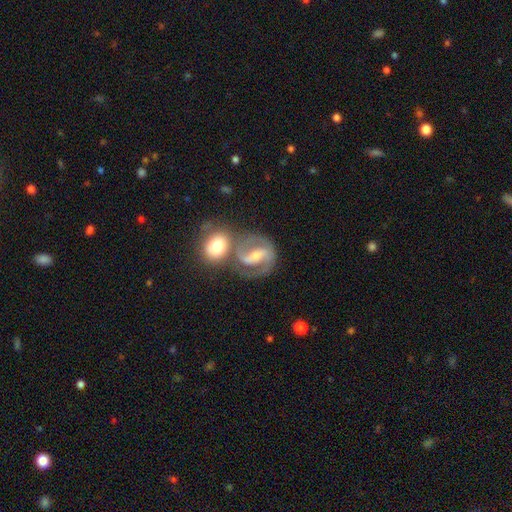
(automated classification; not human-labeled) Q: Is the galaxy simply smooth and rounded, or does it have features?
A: featured or disk — 81%.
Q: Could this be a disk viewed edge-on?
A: no — 97%.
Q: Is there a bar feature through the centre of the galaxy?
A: strong — 48%.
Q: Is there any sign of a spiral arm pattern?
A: yes — 93%.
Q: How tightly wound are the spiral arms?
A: medium — 58%.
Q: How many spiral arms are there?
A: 2 — 89%.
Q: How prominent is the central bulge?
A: moderate — 50%.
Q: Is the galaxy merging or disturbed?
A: none — 49%.